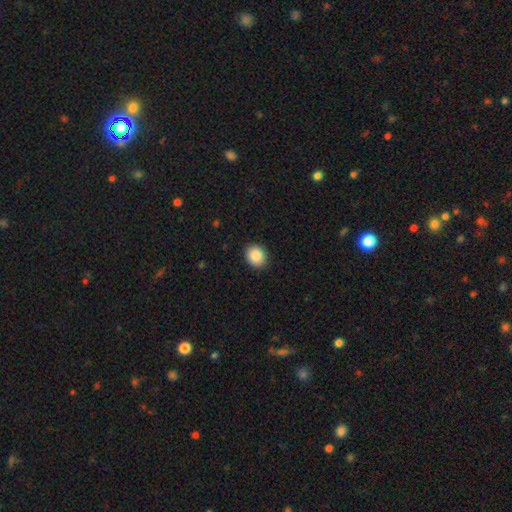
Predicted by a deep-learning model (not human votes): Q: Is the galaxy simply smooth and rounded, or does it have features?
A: smooth — 88%.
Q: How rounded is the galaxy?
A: round — 74%.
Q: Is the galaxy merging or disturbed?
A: none — 91%.